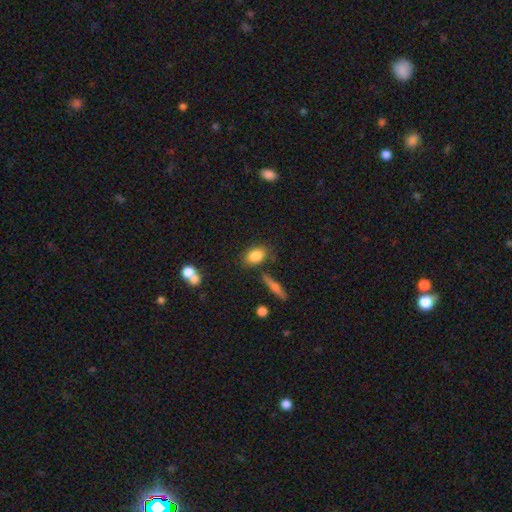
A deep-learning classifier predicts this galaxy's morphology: smooth 83%, featured or disk 9%, star or artifact 8%. Down the decision tree: how rounded — in between (77%); merging — none (73%).